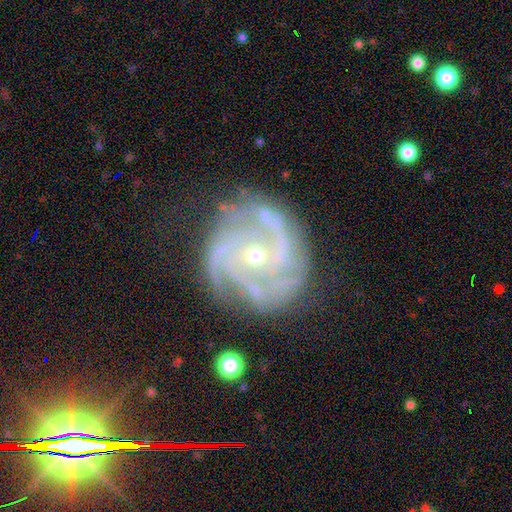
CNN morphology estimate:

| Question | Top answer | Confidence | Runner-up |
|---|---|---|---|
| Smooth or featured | featured or disk | 89% | star or artifact (6%) |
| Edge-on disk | no | 98% | yes (2%) |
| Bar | no | 69% | weak (22%) |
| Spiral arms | yes | 98% | no (2%) |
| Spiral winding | tight | 58% | medium (35%) |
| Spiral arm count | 3 | 37% | 4 (19%) |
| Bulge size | small | 58% | moderate (39%) |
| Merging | none | 73% | minor disturbance (17%) |